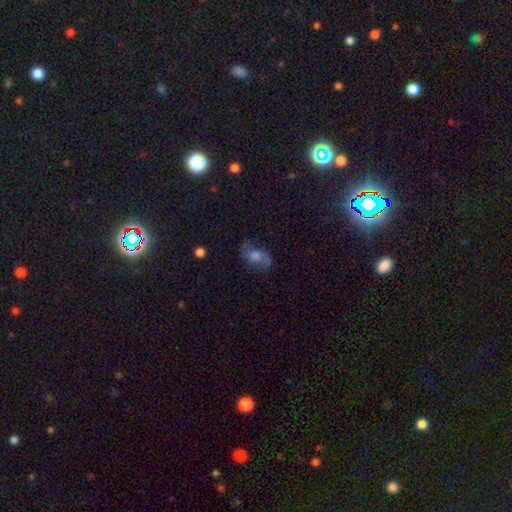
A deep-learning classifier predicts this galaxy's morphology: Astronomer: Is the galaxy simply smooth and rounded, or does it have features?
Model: featured or disk — 60%.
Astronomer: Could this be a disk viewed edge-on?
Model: no — 94%.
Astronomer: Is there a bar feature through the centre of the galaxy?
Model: no — 64%.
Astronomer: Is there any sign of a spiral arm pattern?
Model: yes — 86%.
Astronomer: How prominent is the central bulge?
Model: moderate — 47% (runner-up: large, 30%).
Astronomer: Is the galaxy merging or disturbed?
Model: none — 72%.